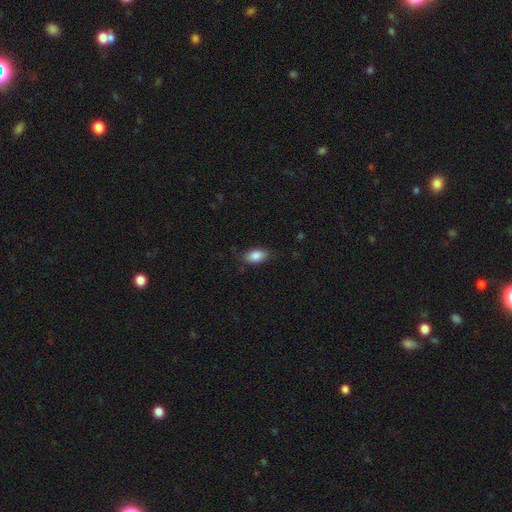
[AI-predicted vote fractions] The model was most divided on "merging": none: 77%, minor disturbance: 18%, major disturbance: 4%, merger: 1%. More confident: how rounded — in between (90%); smooth or featured — smooth (86%).